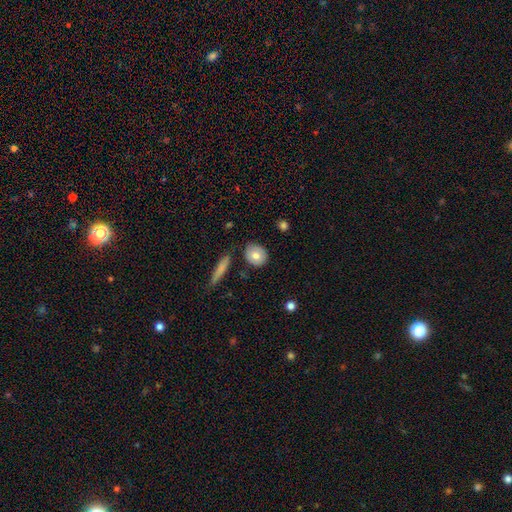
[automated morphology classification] smooth_or_featured: smooth (p=0.75) [alt: featured or disk p=0.18]
how_rounded: round (p=0.60) [alt: in between p=0.37]
merging: none (p=0.81) [alt: minor disturbance p=0.13]